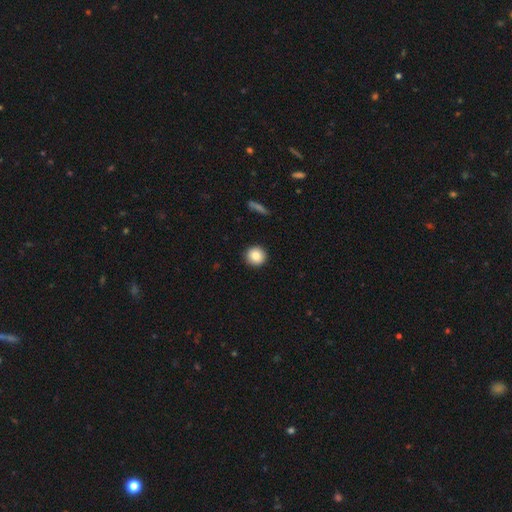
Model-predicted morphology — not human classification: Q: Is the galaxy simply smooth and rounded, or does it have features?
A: smooth — 84%.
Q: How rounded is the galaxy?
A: round — 95%.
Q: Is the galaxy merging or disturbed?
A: none — 92%.